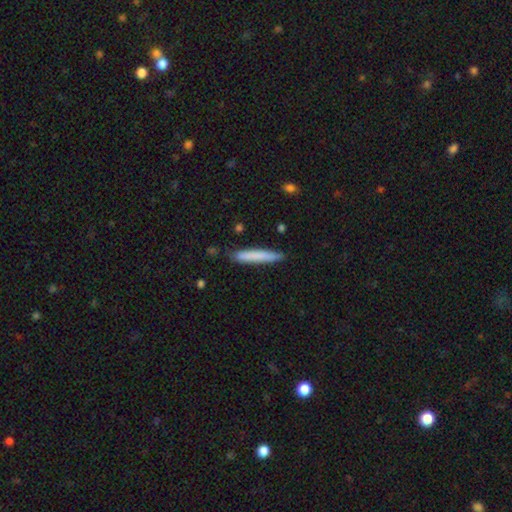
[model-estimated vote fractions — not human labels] A smooth galaxy with no disk features (76%) that is cigar-shaped (95%). Merging: none (84%).